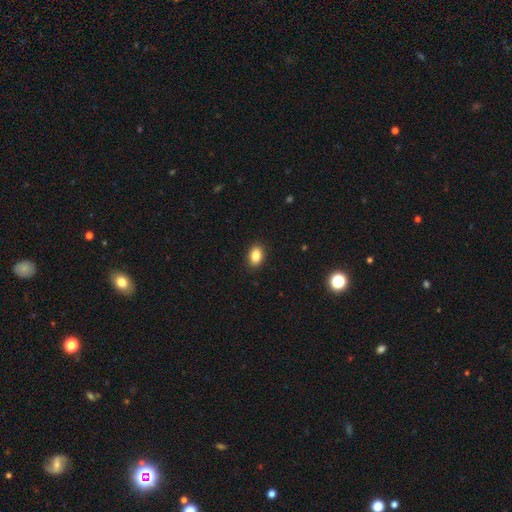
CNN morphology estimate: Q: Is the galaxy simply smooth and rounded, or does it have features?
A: smooth — 86%.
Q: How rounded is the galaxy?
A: in between — 83%.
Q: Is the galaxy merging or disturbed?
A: none — 90%.